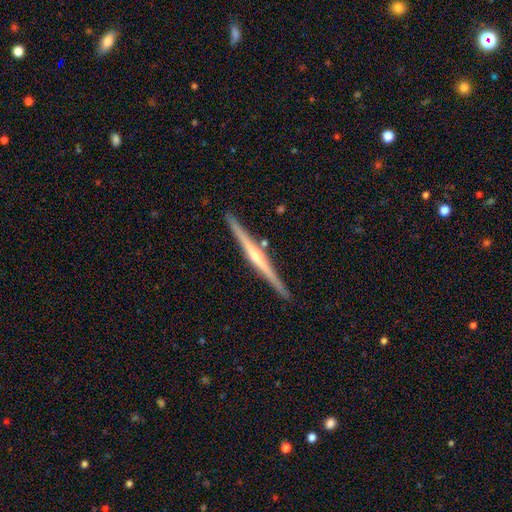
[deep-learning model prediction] A featured or disk galaxy (78%) viewed edge-on (98%) with a rounded central bulge (69%).

Vote fractions:
- Smooth or featured? featured or disk: 78% / smooth: 17% / star or artifact: 5%
- Edge-on disk? yes: 98% / no: 2%
- Edge-on bulge? rounded: 69% / none: 24% / boxy: 7%
- Merging? none: 90% / minor disturbance: 7% / merger: 2% / major disturbance: 1%